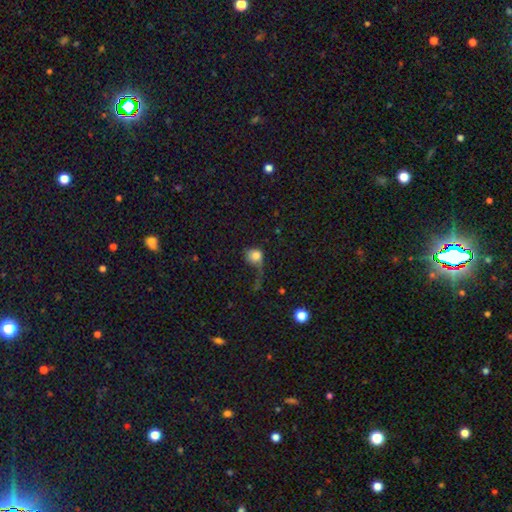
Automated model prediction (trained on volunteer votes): This is likely a smooth galaxy (73%). How rounded: likely round (74%). Merging: possibly major disturbance (54%).